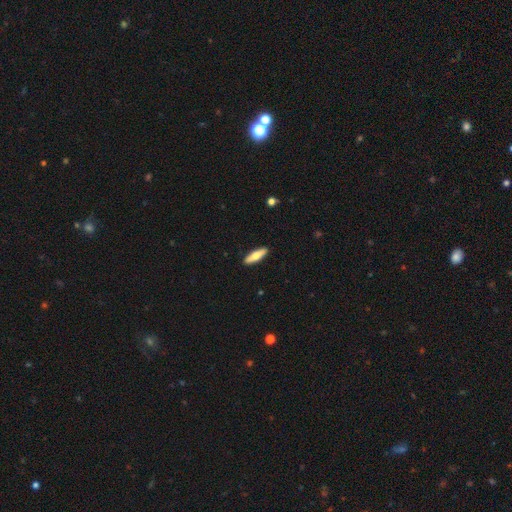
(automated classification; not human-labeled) This appears to be a smooth galaxy with no disk features (69%) that is cigar-shaped (61%). Merging: none (91%).